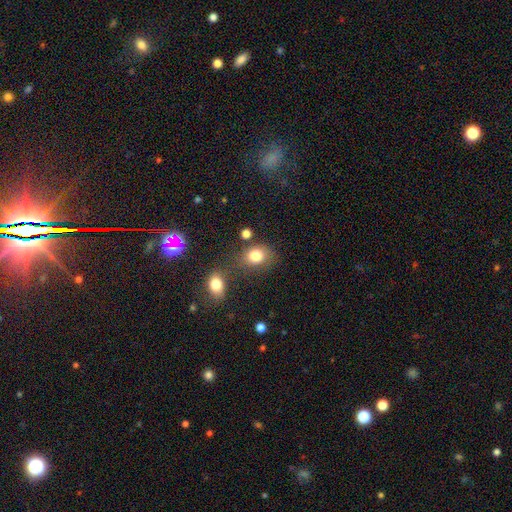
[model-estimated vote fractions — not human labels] Q: Smooth or featured?
A: smooth (82%); runner-up: star or artifact (11%)
Q: How rounded?
A: round (50%); runner-up: in between (49%)
Q: Merging?
A: none (62%); runner-up: minor disturbance (17%)